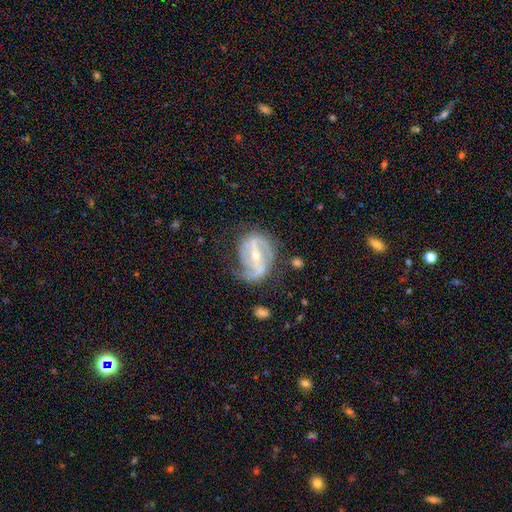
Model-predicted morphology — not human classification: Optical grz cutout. It shows a featured or disk galaxy (87%) with a strong bar (65%), 2 (74%) medium (45%) spiral arms (91%) and a small central bulge (51%). Merging: none (58%).